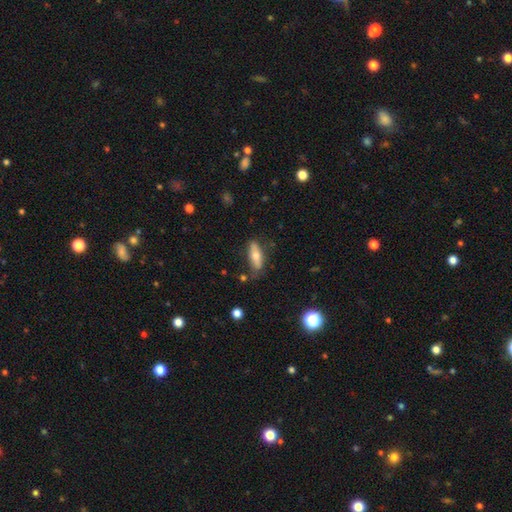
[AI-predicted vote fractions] smooth_or_featured: smooth (p=0.62) [alt: featured or disk p=0.32]
how_rounded: in between (p=0.61) [alt: cigar-shaped p=0.37]
merging: none (p=0.71) [alt: minor disturbance p=0.20]